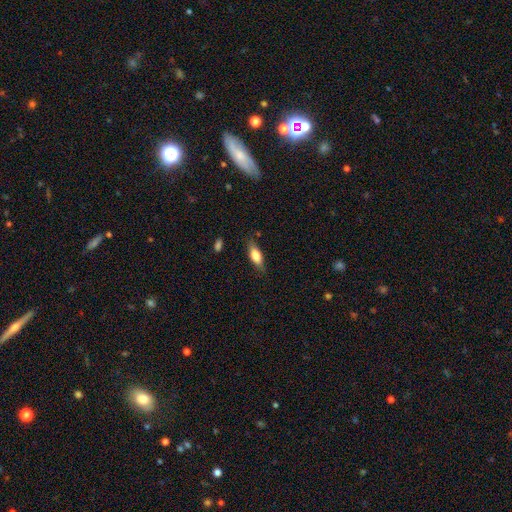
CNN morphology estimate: Smooth or featured?
  - smooth: 73% *
  - featured or disk: 20%
  - star or artifact: 7%
How rounded?
  - in between: 68% *
  - cigar-shaped: 29%
  - round: 3%
Merging?
  - none: 78% *
  - minor disturbance: 17%
  - major disturbance: 4%
  - merger: 1%